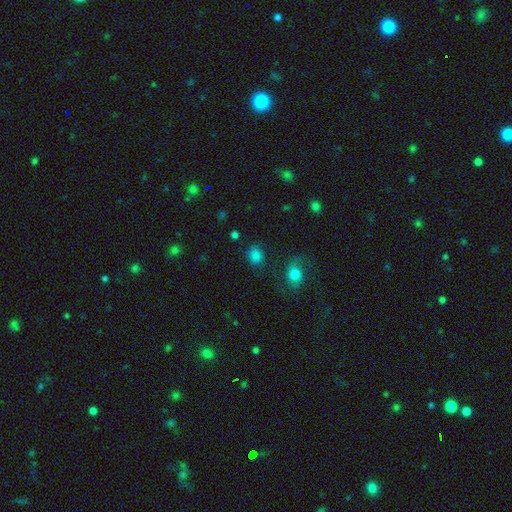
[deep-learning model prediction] smooth-or-featured: smooth: 81% | star or artifact: 14% | featured or disk: 5%
  how-rounded: round: 65% | in between: 33% | cigar-shaped: 1%
  merging: none: 78% | minor disturbance: 13% | major disturbance: 5% | merger: 4%